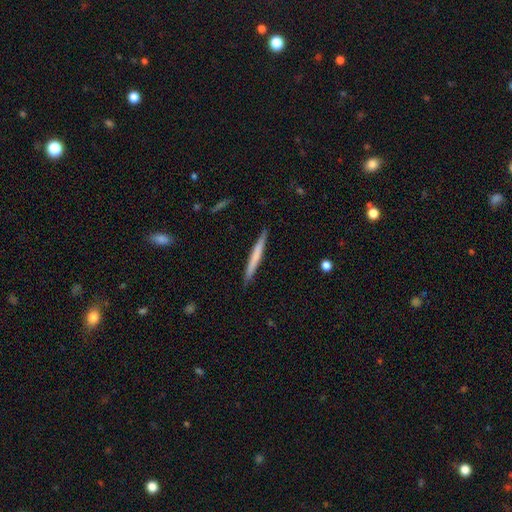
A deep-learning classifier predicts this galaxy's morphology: Overall: smooth (60%; featured or disk 35%). How rounded: cigar-shaped (97%). Merging: none (90%).